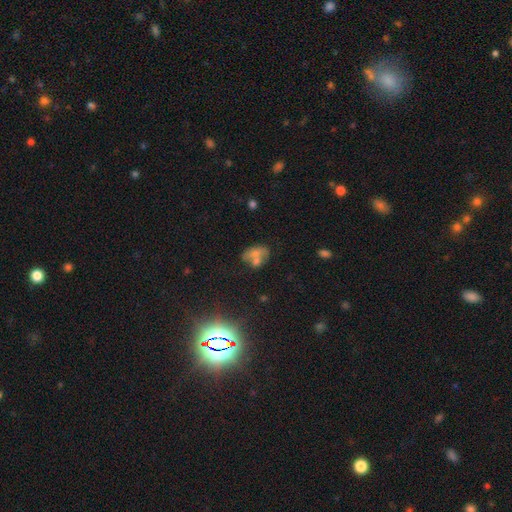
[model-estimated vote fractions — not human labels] This is possibly a smooth galaxy (55%). How rounded: likely in between (77%). Merging: marginally merger (38%).